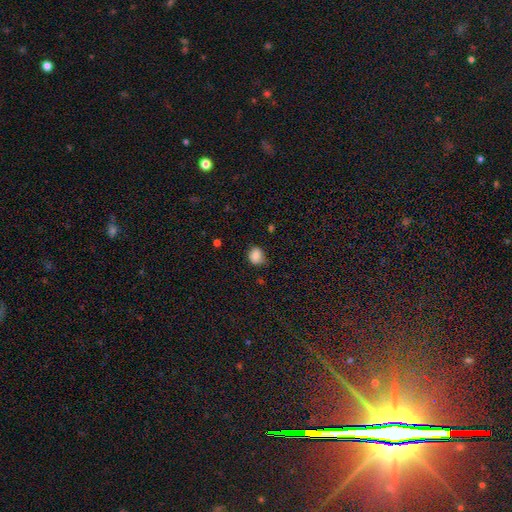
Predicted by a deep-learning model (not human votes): The model was most divided on "how rounded": round: 67%, in between: 32%, cigar-shaped: 1%. More confident: smooth or featured — smooth (83%); merging — none (69%).